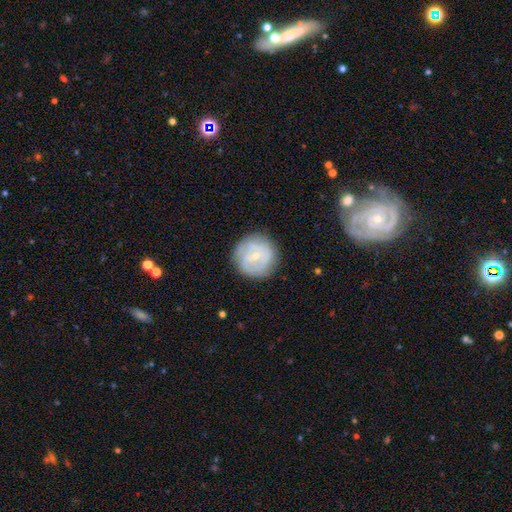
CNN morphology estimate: Smooth or featured? featured or disk (56%)
Edge-on disk? no (97%)
Bar? no (52%)
Spiral arms? yes (67%)
Bulge size? small (73%)
Merging? none (83%)